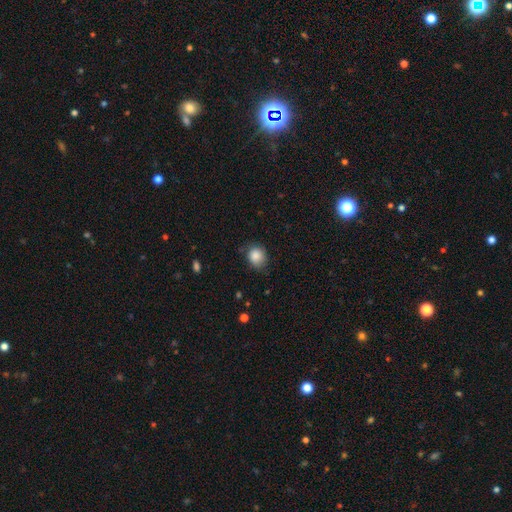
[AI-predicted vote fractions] Smooth or featured? smooth (86%)
How rounded? round (69%)
Merging? none (72%)